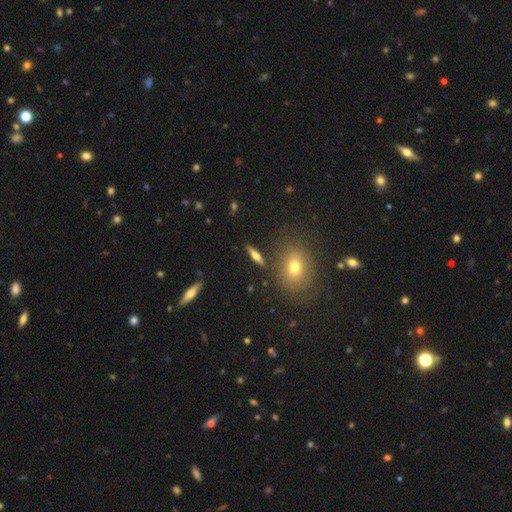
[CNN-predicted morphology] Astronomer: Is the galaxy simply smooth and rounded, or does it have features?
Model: featured or disk — 53% (runner-up: smooth, 36%).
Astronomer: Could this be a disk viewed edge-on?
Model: yes — 91%.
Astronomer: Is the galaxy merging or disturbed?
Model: none — 84%.